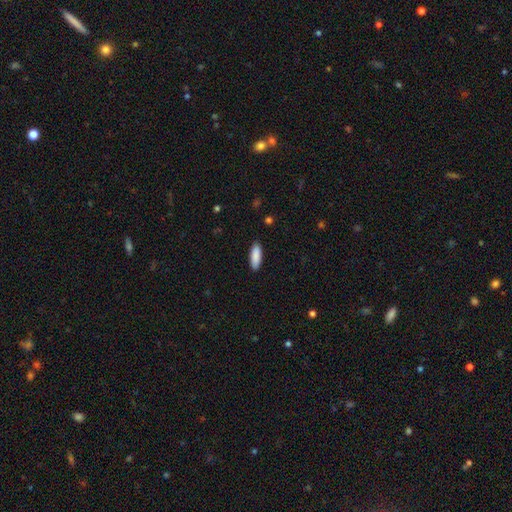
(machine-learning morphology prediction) A smooth galaxy with no disk features (89%) that is in between round and cigar-shaped (64%). Merging: none (89%).